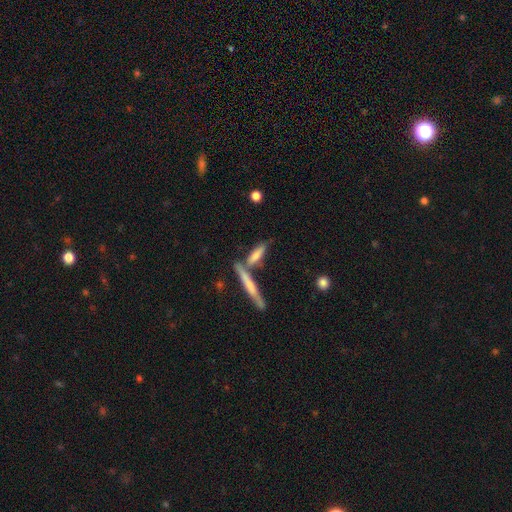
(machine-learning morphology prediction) A smooth galaxy with no disk features (67%) that is cigar-shaped (70%).

Vote fractions:
- Smooth or featured? smooth: 67% / featured or disk: 26% / star or artifact: 7%
- How rounded? cigar-shaped: 70% / in between: 27% / round: 3%
- Merging? none: 55% / merger: 29% / minor disturbance: 12% / major disturbance: 4%